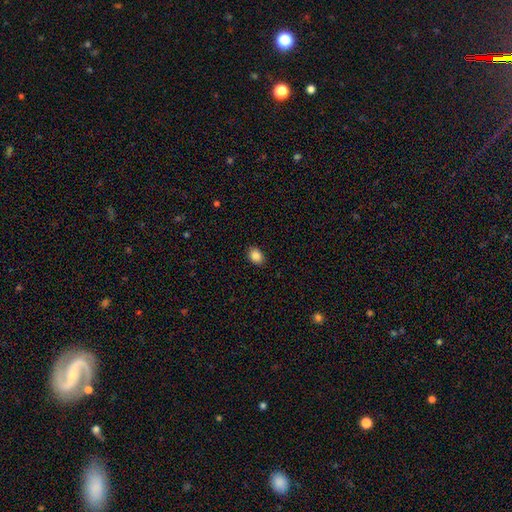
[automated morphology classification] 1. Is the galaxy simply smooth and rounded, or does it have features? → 87% smooth, 9% star or artifact, 4% featured or disk.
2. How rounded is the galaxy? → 67% in between, 32% round, 1% cigar-shaped.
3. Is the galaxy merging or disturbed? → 89% none, 8% minor disturbance, 2% major disturbance, 1% merger.